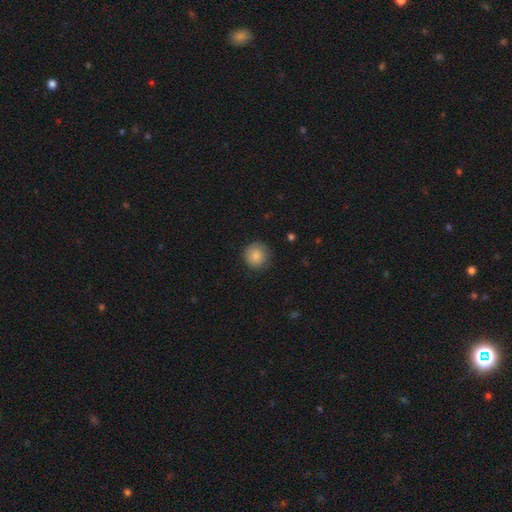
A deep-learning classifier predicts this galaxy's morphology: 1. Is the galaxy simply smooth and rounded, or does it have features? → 85% smooth, 8% star or artifact, 7% featured or disk.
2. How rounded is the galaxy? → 94% round, 5% in between, 1% cigar-shaped.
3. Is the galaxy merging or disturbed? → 84% none, 12% minor disturbance, 3% major disturbance, 1% merger.